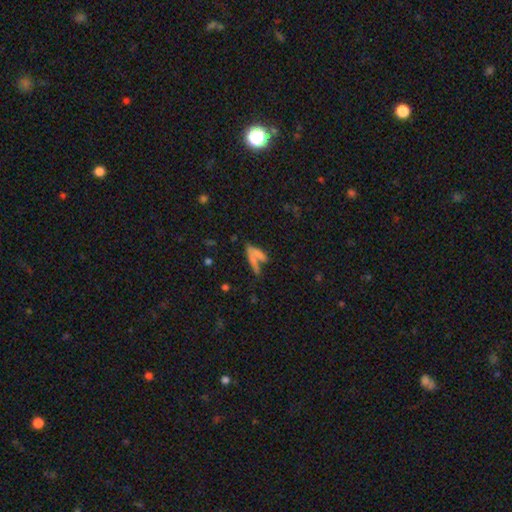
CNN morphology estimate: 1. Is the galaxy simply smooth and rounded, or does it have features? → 65% smooth, 21% featured or disk, 15% star or artifact.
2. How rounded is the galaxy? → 59% cigar-shaped, 35% in between, 6% round.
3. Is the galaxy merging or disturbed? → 43% merger, 37% none, 11% minor disturbance, 9% major disturbance.